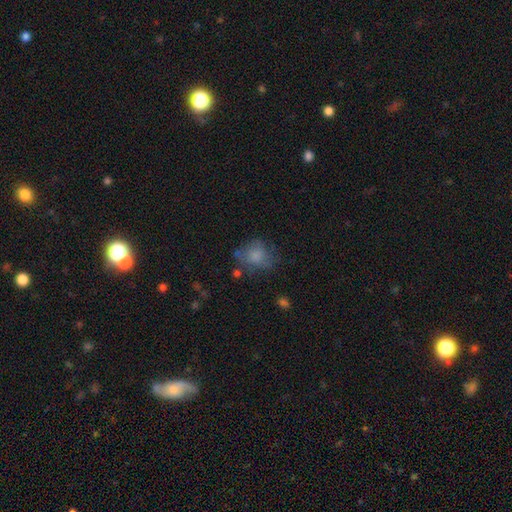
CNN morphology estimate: The model was most divided on "merging": none: 54%, minor disturbance: 24%, major disturbance: 18%, merger: 4%. More confident: smooth or featured — smooth (70%); how rounded — round (64%).